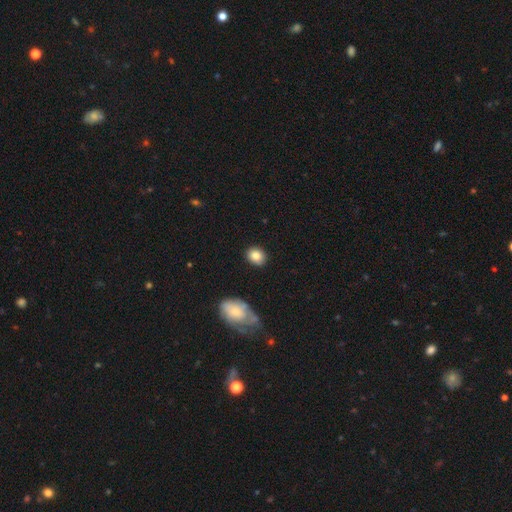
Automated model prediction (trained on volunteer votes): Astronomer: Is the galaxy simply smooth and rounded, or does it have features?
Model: smooth — 85%.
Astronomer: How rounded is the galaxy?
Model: round — 56% (runner-up: in between, 42%).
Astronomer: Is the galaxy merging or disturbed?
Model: none — 87%.